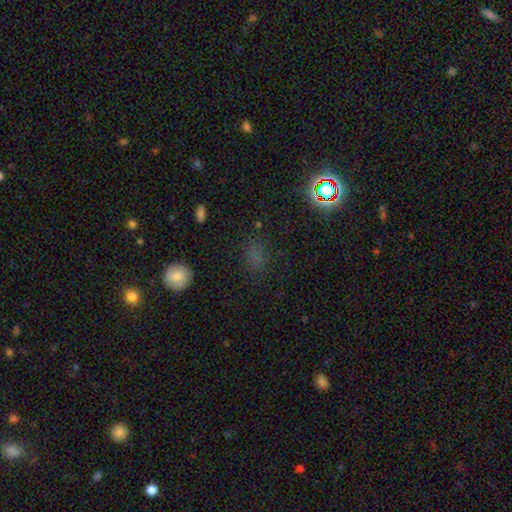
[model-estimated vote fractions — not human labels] This is possibly a smooth galaxy (57%). How rounded: possibly in between (49%). Merging: likely none (80%).